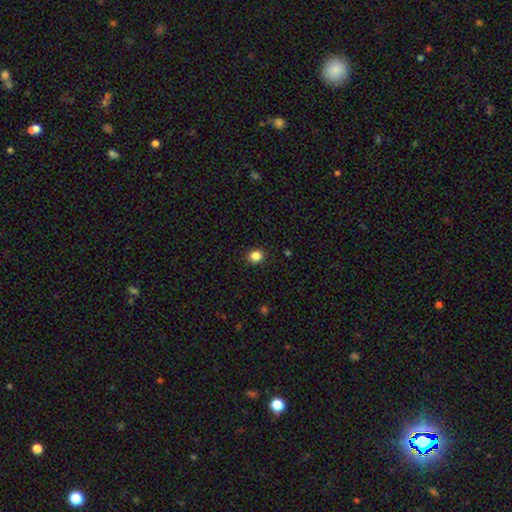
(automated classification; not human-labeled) Smooth or featured?
  - smooth: 85% *
  - star or artifact: 12%
  - featured or disk: 4%
How rounded?
  - round: 79% *
  - in between: 20%
  - cigar-shaped: 1%
Merging?
  - none: 91% *
  - minor disturbance: 6%
  - major disturbance: 2%
  - merger: 1%